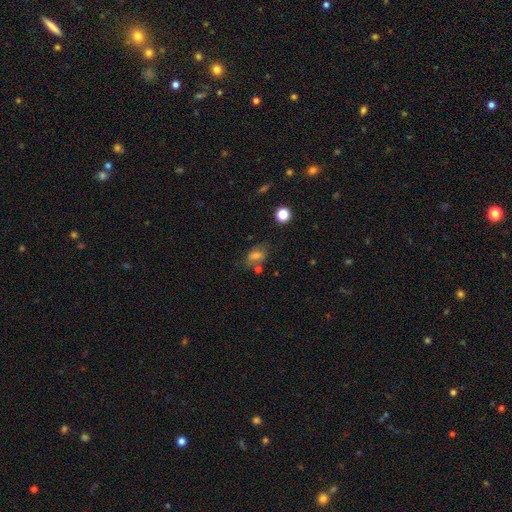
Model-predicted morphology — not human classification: type=smooth (65%); roundness=in between (79%); merging=none (62%).